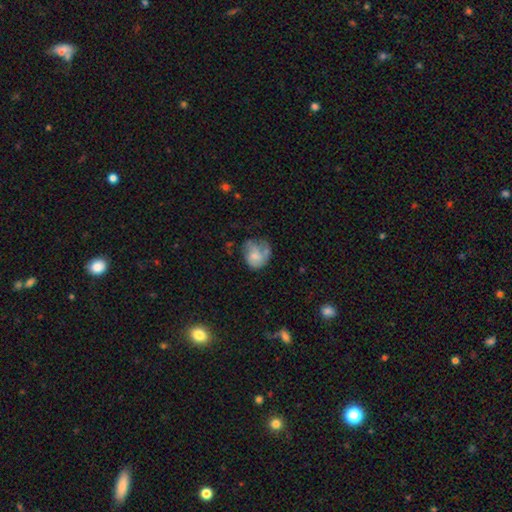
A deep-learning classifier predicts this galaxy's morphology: The model was most divided on "merging": none: 37%, minor disturbance: 30%, major disturbance: 25%, merger: 8%. More confident: how rounded — round (62%); smooth or featured — smooth (57%).